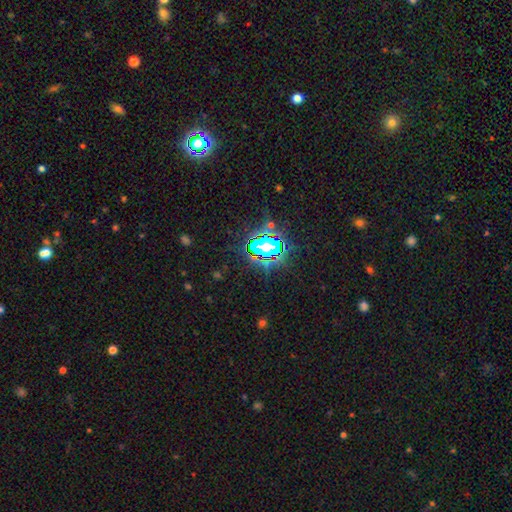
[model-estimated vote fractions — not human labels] smooth-or-featured: star or artifact: 74% | smooth: 17% | featured or disk: 9%